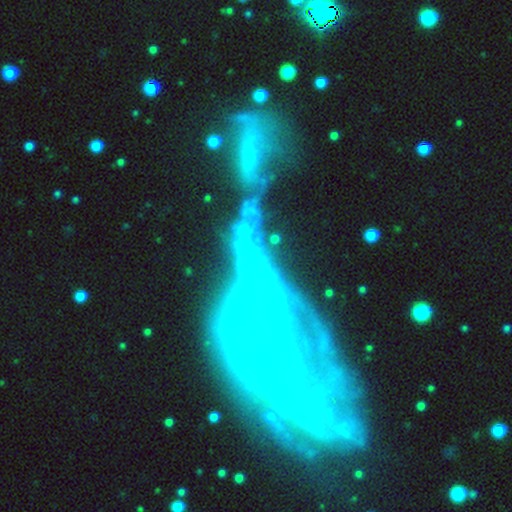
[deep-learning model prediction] The model was most divided on "merging": merger: 39%, major disturbance: 30%, none: 20%, minor disturbance: 12%. More confident: edge-on disk — no (89%); bar — no (80%); spiral arms — no (71%); bulge size — none (63%); smooth or featured — featured or disk (57%).